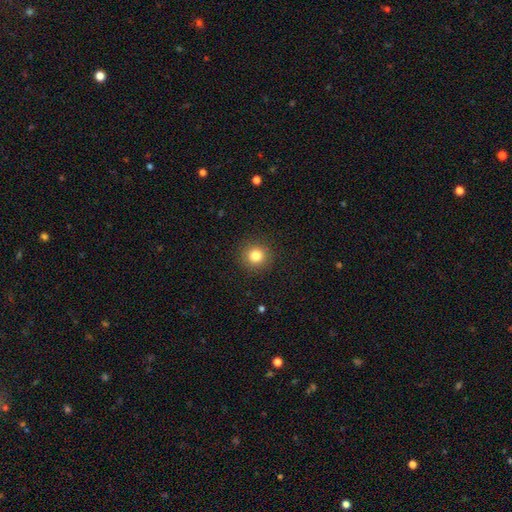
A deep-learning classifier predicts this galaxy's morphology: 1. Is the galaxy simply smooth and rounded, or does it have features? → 82% smooth, 11% star or artifact, 6% featured or disk.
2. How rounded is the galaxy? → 93% round, 6% in between, 1% cigar-shaped.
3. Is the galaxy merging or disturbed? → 91% none, 6% minor disturbance, 2% major disturbance, 1% merger.